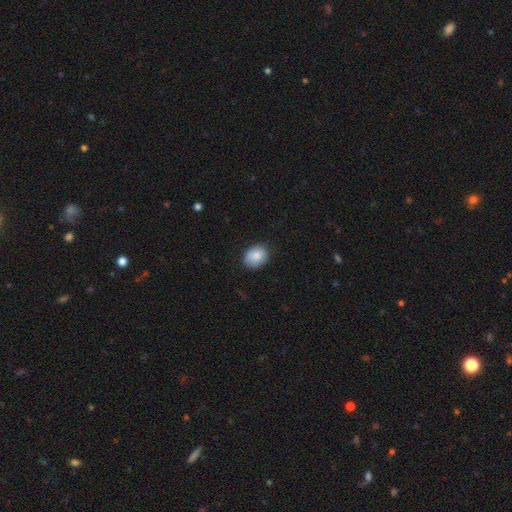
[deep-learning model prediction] smooth 85%, featured or disk 8%, star or artifact 7%. Down the decision tree: how rounded — in between (53%); merging — none (83%).